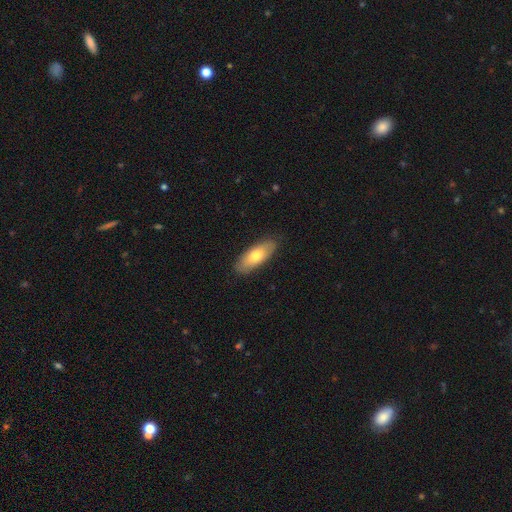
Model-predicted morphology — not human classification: Smooth or featured? Predicted: smooth (p=0.70). How rounded? Predicted: in between (p=0.74). Merging? Predicted: none (p=0.87).